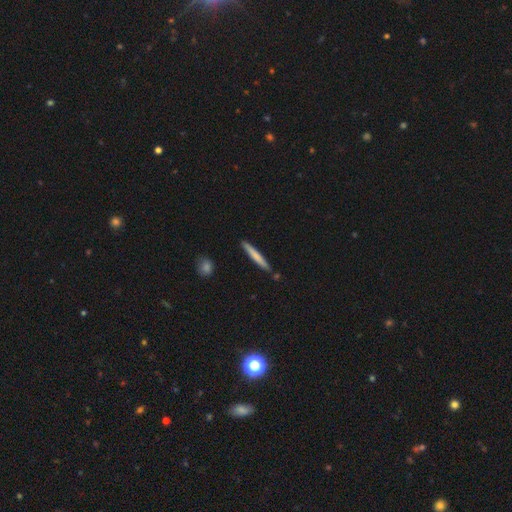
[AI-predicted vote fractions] Smooth or featured: smooth — 71% (featured or disk — 24%)
How rounded: cigar-shaped — 96% (in between — 3%)
Merging: none — 86% (minor disturbance — 9%)